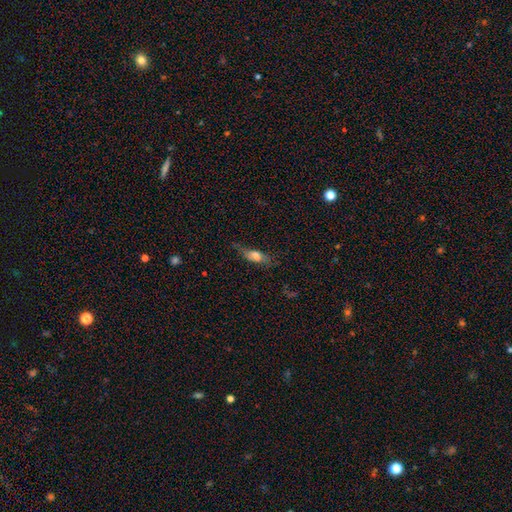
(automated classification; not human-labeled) smooth 63%, featured or disk 28%, star or artifact 9%. Down the decision tree: how rounded — in between (60%); merging — none (53%).